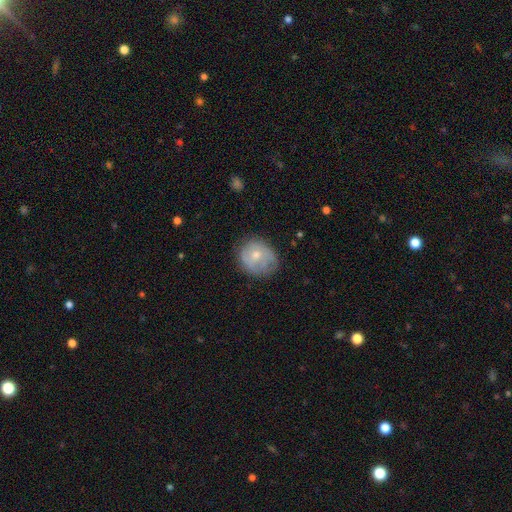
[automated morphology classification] Overall: smooth (56%; featured or disk 36%). How rounded: round (72%). Merging: none (61%; minor disturbance 27%).